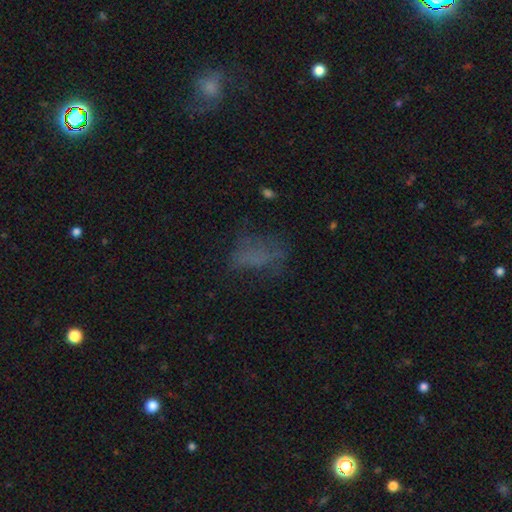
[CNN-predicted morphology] Smooth or featured? Predicted: smooth (p=0.49). Merging? Predicted: none (p=0.52).